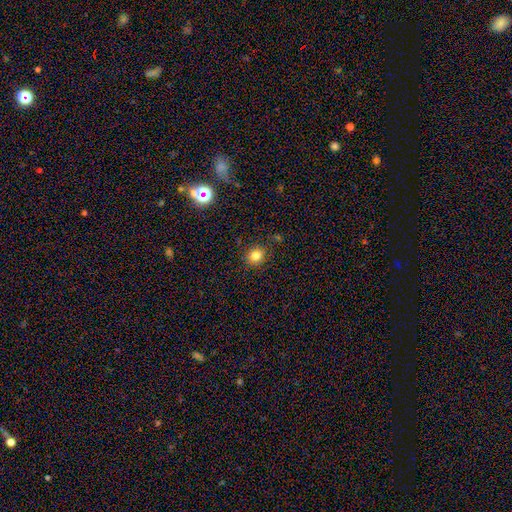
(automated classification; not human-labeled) A smooth galaxy with no disk features (81%) that is round (76%). Merging: none (86%).